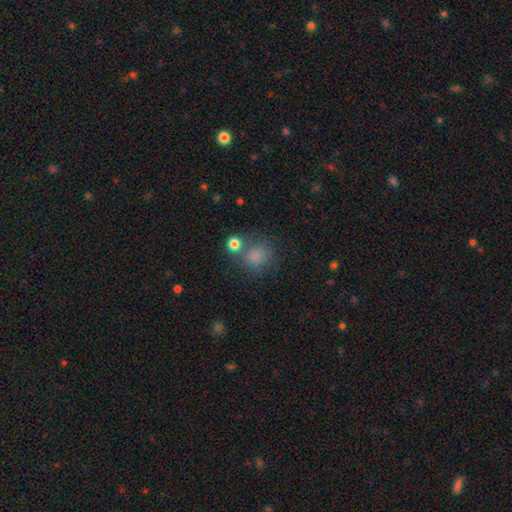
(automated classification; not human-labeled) Morphology: type=smooth (80%); roundness=round (84%); merging=none (67%).